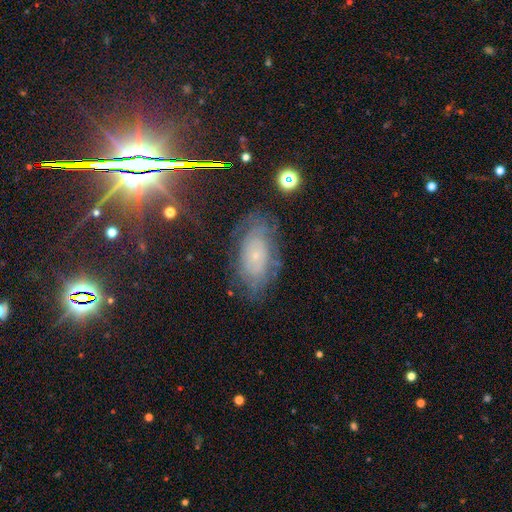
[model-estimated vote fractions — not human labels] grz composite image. It shows a featured or disk galaxy (59%) with no bar (84%), spiral arms (76%) and a small central bulge (83%). Merging: none (72%).